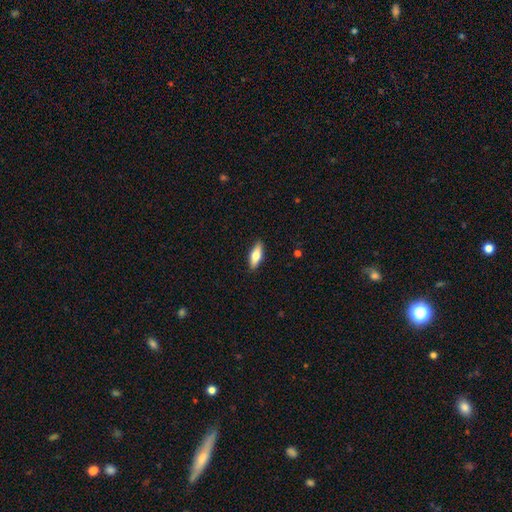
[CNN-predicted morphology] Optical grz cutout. It shows a smooth galaxy with no disk features (69%) that is in between round and cigar-shaped (61%). Merging: none (89%).